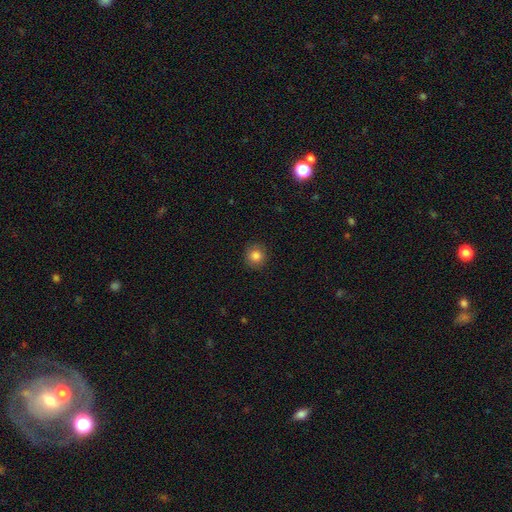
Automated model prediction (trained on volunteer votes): smooth_or_featured: smooth (p=0.84) [alt: star or artifact p=0.11]
how_rounded: round (p=0.93) [alt: in between p=0.06]
merging: none (p=0.90) [alt: minor disturbance p=0.07]